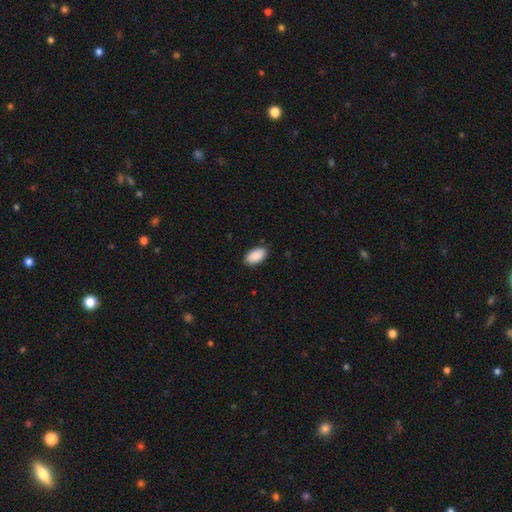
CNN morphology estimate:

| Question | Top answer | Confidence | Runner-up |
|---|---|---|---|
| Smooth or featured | smooth | 91% | star or artifact (6%) |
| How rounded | in between | 95% | round (3%) |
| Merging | none | 88% | minor disturbance (9%) |